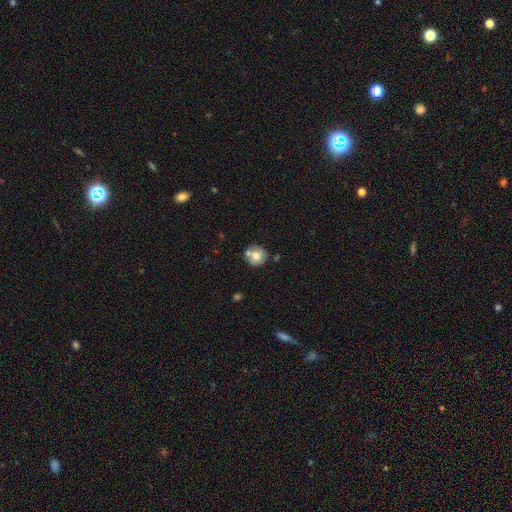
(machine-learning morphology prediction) Smooth or featured: smooth — 69% (featured or disk — 23%)
How rounded: round — 89% (in between — 10%)
Merging: none — 60% (merger — 23%)